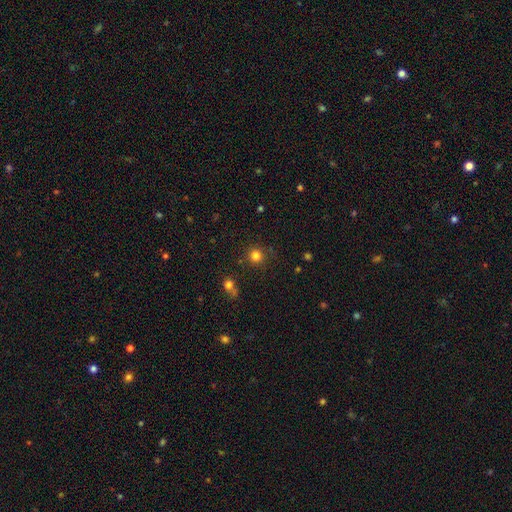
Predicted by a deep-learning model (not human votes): Smooth or featured: smooth — 80% (star or artifact — 15%)
How rounded: round — 93% (in between — 6%)
Merging: none — 84% (minor disturbance — 8%)